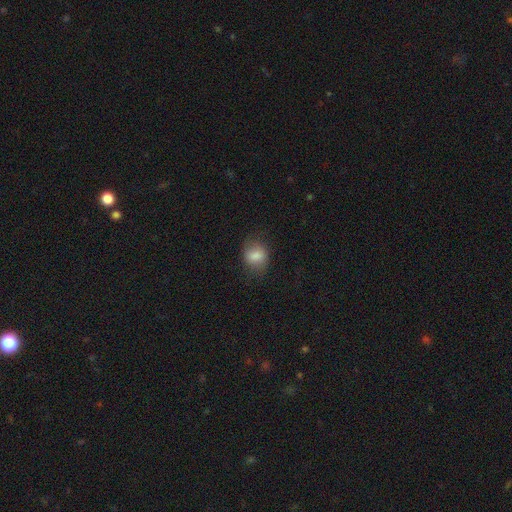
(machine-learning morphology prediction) Smooth or featured? smooth (81%)
How rounded? round (50%)
Merging? none (70%)